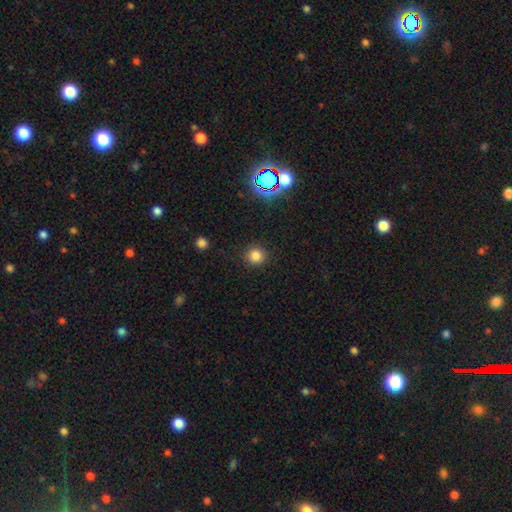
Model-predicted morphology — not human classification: Smooth or featured?
  - smooth: 80% *
  - star or artifact: 15%
  - featured or disk: 5%
How rounded?
  - round: 93% *
  - in between: 6%
  - cigar-shaped: 1%
Merging?
  - none: 90% *
  - minor disturbance: 6%
  - major disturbance: 2%
  - merger: 1%